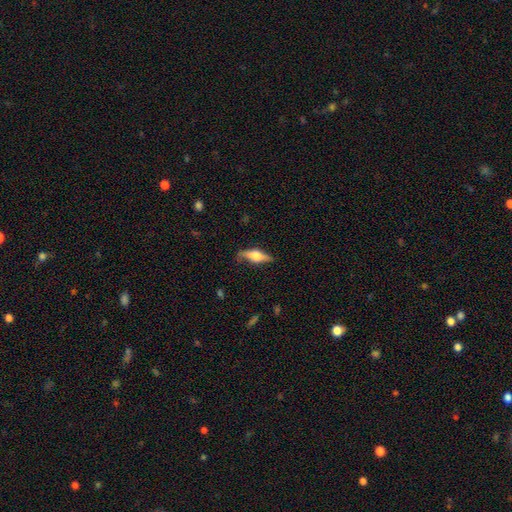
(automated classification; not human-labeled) smooth-or-featured: featured or disk: 53% | smooth: 40% | star or artifact: 6%
  disk-edge-on: yes: 89% | no: 11%
  merging: none: 73% | minor disturbance: 20% | major disturbance: 5% | merger: 2%